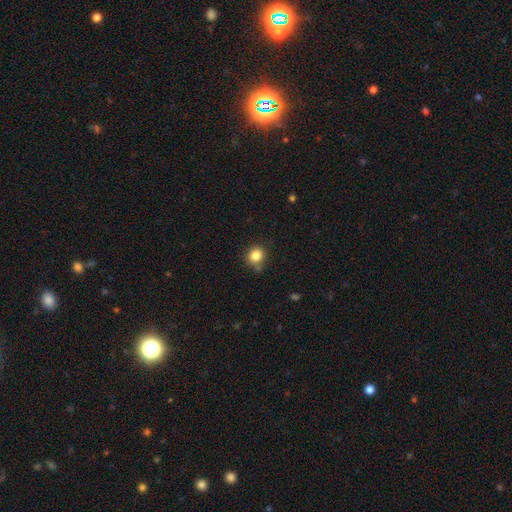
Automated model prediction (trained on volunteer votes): This is clearly a smooth galaxy (84%). How rounded: clearly round (83%). Merging: likely none (75%).